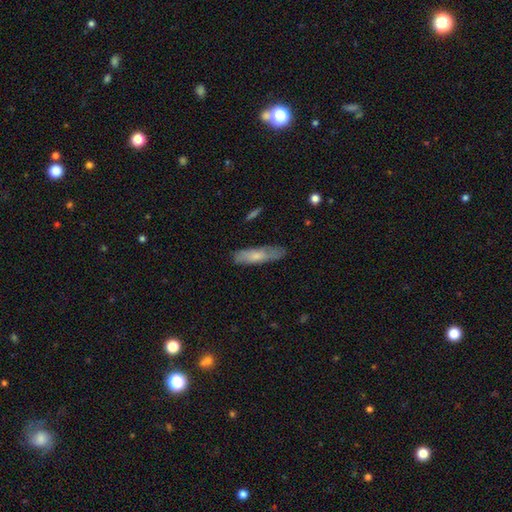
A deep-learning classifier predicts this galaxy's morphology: Smooth or featured? smooth (64%)
How rounded? cigar-shaped (68%)
Merging? none (72%)